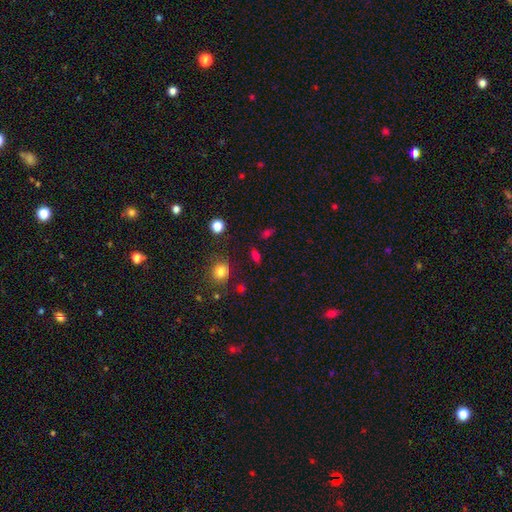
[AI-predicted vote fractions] Q: Smooth or featured?
A: smooth (73%); runner-up: star or artifact (19%)
Q: How rounded?
A: in between (71%); runner-up: round (21%)
Q: Merging?
A: none (80%); runner-up: minor disturbance (12%)